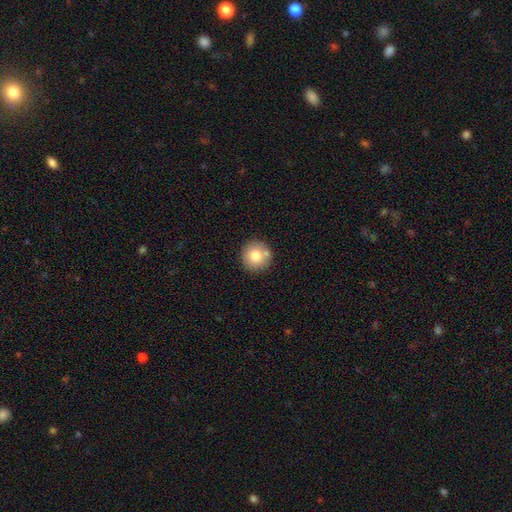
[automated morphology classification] Q: Smooth or featured?
A: smooth (78%); runner-up: featured or disk (13%)
Q: How rounded?
A: round (94%); runner-up: in between (5%)
Q: Merging?
A: none (77%); runner-up: merger (11%)